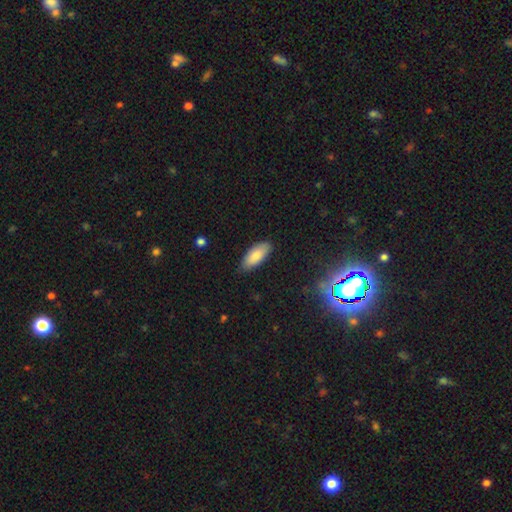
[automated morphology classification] Overall: smooth (84%). How rounded: in between (83%). Merging: none (82%).